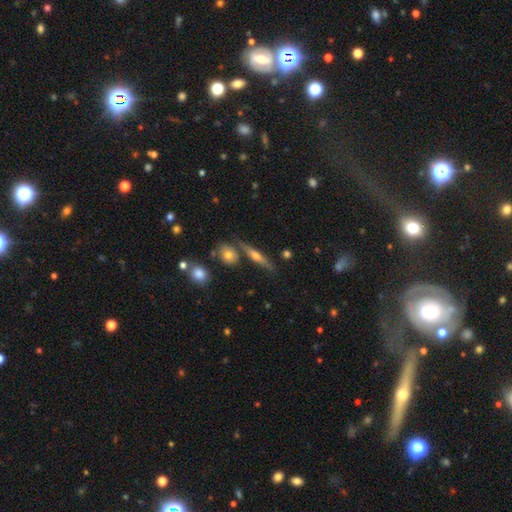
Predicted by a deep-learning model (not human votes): smooth_or_featured: featured or disk (p=0.62) [alt: smooth p=0.31]
disk_edge_on: yes (p=0.94) [alt: no p=0.06]
edge_on_bulge: rounded (p=0.90) [alt: none p=0.06]
merging: none (p=0.78) [alt: merger p=0.10]